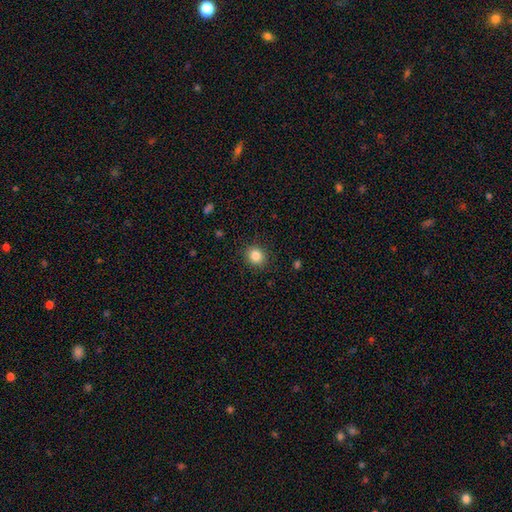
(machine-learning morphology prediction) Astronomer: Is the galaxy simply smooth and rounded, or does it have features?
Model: smooth — 84%.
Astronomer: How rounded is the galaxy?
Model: round — 83%.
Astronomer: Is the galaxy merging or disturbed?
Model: none — 89%.